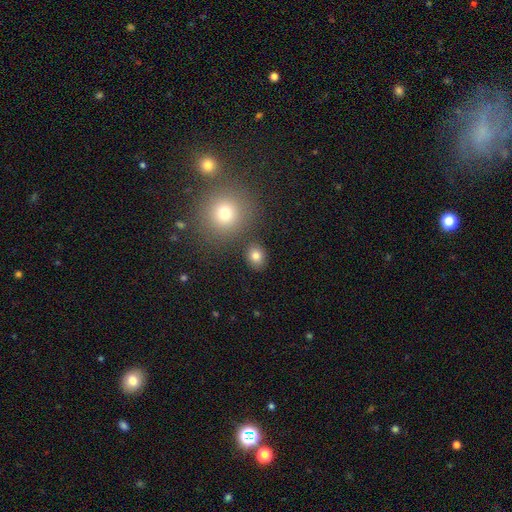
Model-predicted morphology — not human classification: smooth_or_featured: smooth (p=0.81) [alt: star or artifact p=0.12]
how_rounded: round (p=0.57) [alt: in between p=0.42]
merging: none (p=0.83) [alt: minor disturbance p=0.08]